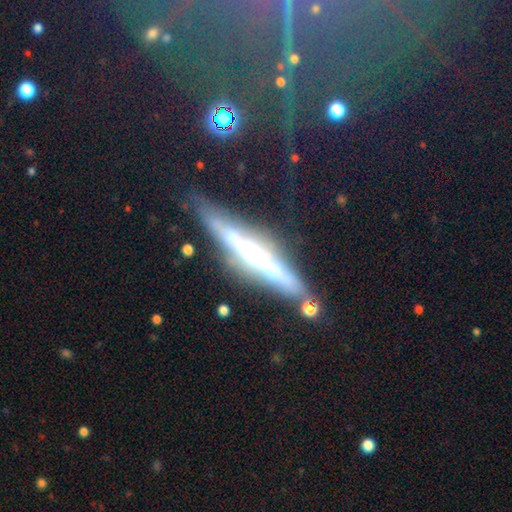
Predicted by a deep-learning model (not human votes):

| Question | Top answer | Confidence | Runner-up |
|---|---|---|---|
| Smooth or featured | featured or disk | 72% | smooth (18%) |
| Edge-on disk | yes | 88% | no (12%) |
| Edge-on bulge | none | 37% | rounded (36%) |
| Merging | none | 69% | minor disturbance (19%) |